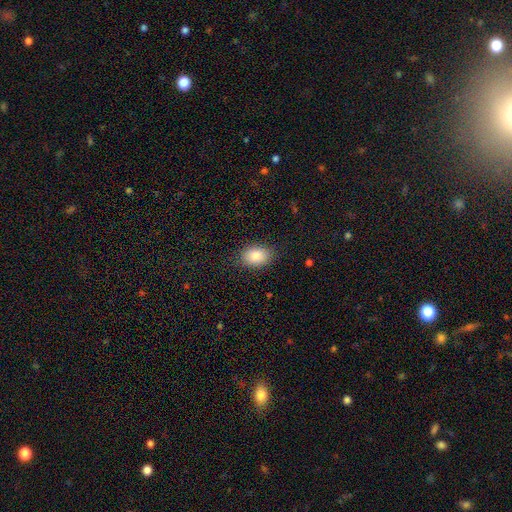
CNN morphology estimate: A smooth galaxy with no disk features (86%) that is in between round and cigar-shaped (82%). Merging: none (84%).